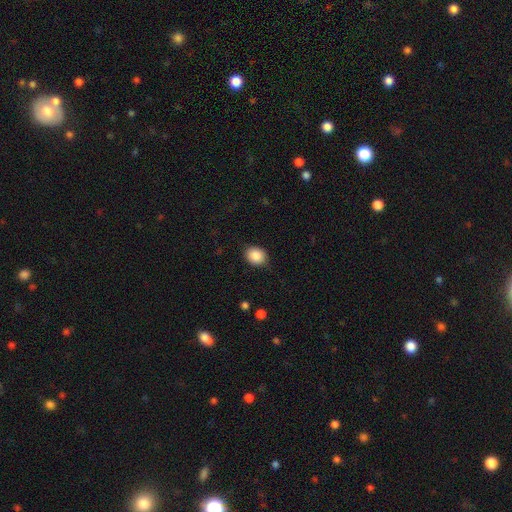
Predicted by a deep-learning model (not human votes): This is clearly a smooth galaxy (87%). How rounded: possibly in between (52%). Merging: clearly none (85%).